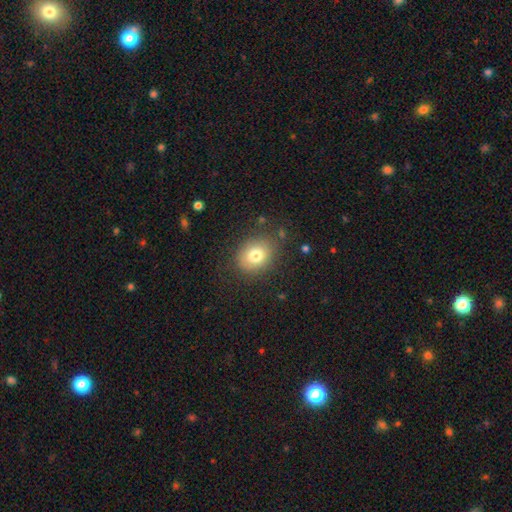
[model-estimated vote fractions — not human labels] Morphology: type=smooth (77%); roundness=round (54%); merging=none (81%).